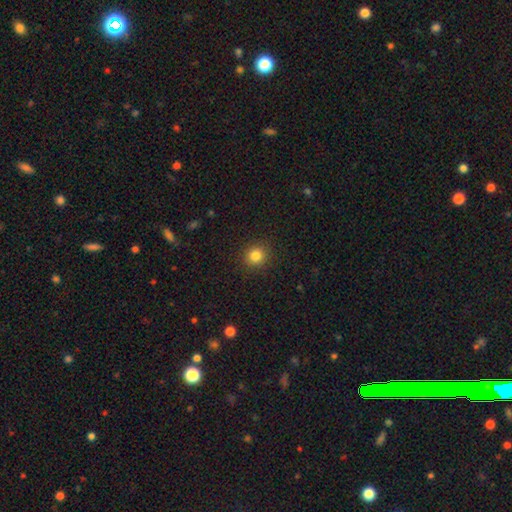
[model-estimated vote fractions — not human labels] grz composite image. It shows a smooth galaxy with no disk features (82%) that is round (90%). Merging: none (91%).